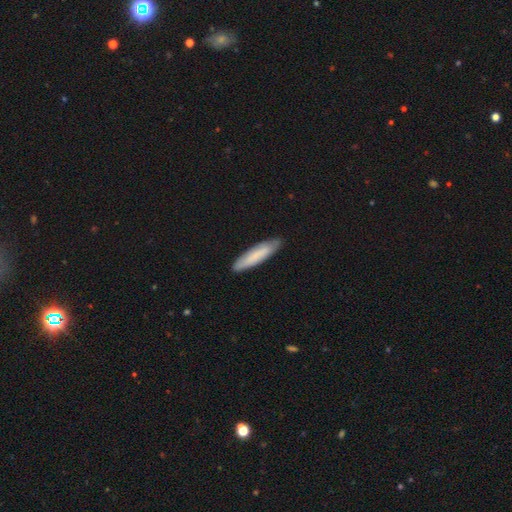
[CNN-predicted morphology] type=smooth (74%); roundness=cigar-shaped (82%); merging=none (85%).